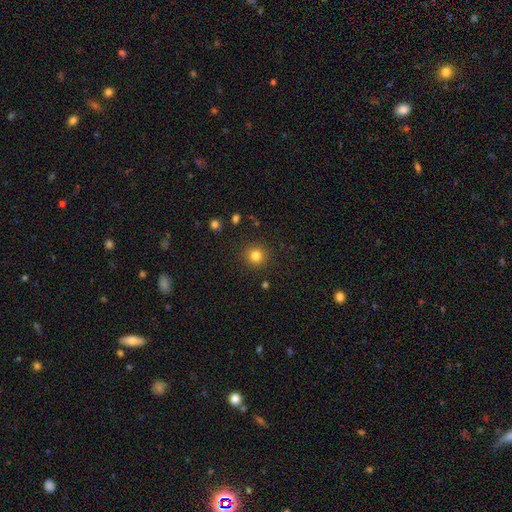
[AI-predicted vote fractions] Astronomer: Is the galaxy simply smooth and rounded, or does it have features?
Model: smooth — 82%.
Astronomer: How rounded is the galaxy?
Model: round — 93%.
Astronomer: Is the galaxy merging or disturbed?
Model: none — 90%.